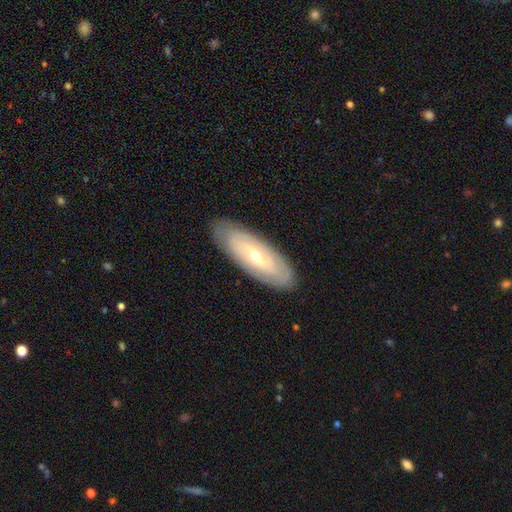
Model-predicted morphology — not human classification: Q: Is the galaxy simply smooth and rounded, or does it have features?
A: featured or disk — 63%.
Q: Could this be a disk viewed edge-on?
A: no — 79%.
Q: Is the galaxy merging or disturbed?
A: none — 86%.